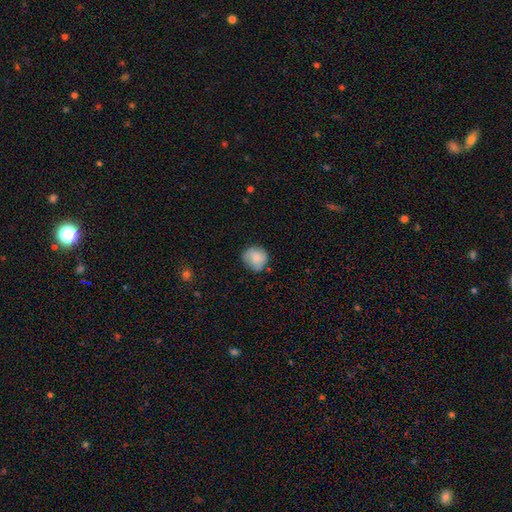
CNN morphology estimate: This is clearly a smooth galaxy (83%). How rounded: clearly round (88%). Merging: likely none (75%).